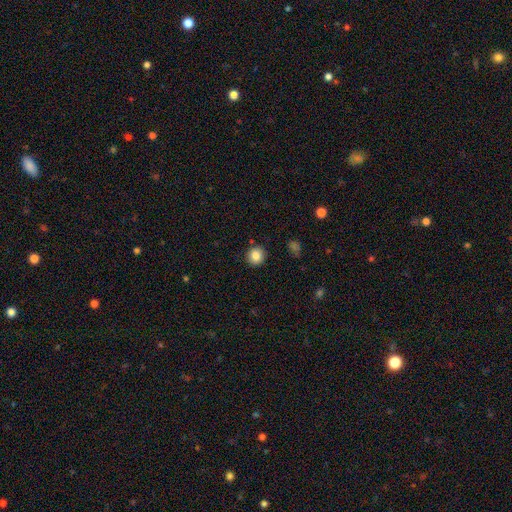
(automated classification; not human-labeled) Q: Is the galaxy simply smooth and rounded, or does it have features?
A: smooth — 84%.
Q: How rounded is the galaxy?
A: round — 91%.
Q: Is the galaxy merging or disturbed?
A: none — 89%.